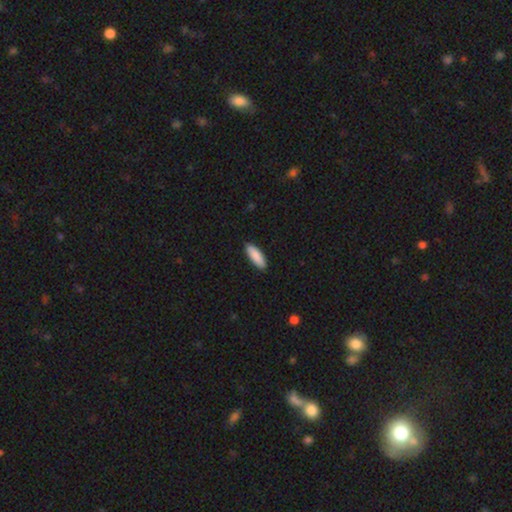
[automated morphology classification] smooth 89%, featured or disk 5%, star or artifact 5%. Down the decision tree: how rounded — in between (59%); merging — none (89%).